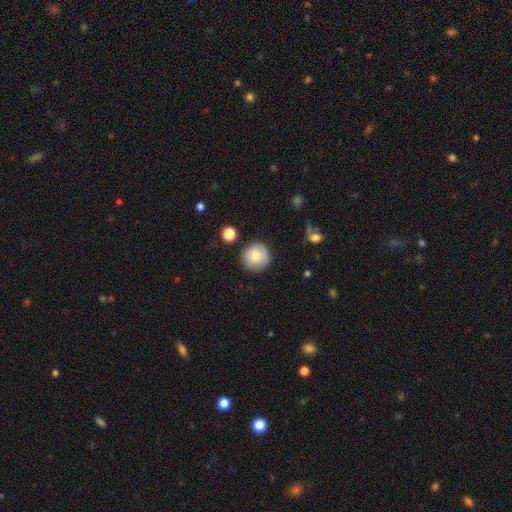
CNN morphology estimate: This appears to be a smooth galaxy with no disk features (79%) that is round (94%). Merging: none (86%).